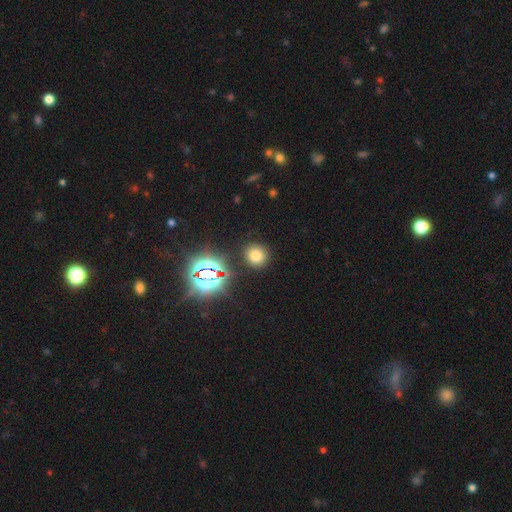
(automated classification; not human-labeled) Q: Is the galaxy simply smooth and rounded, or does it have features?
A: smooth — 69%.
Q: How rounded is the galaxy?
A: round — 88%.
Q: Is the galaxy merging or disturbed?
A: none — 88%.